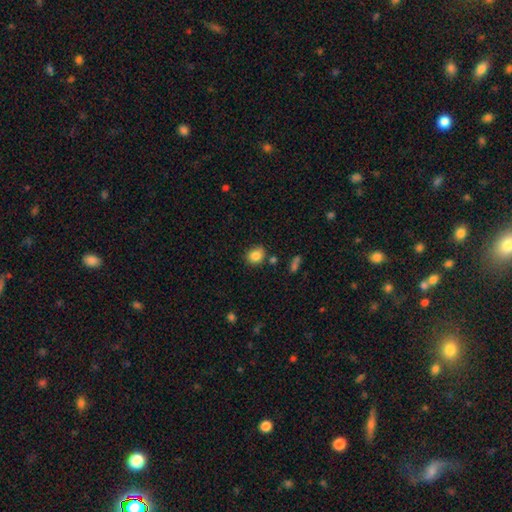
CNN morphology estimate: smooth_or_featured: smooth (p=0.84) [alt: star or artifact p=0.10]
how_rounded: round (p=0.70) [alt: in between p=0.29]
merging: none (p=0.75) [alt: minor disturbance p=0.16]